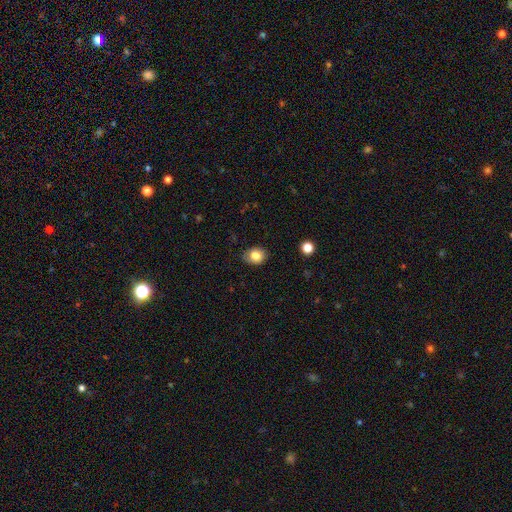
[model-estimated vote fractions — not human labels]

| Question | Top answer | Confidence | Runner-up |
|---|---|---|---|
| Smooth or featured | smooth | 84% | star or artifact (9%) |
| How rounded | in between | 50% | round (49%) |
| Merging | none | 78% | minor disturbance (17%) |